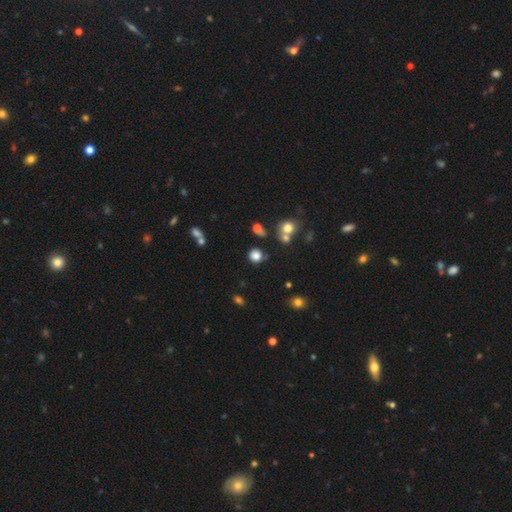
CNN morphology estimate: Smooth or featured? Predicted: smooth (p=0.78). How rounded? Predicted: round (p=0.87). Merging? Predicted: none (p=0.72).